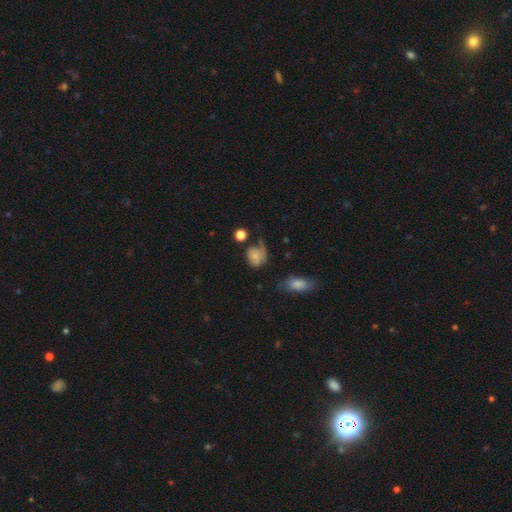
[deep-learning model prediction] This is likely a smooth galaxy (67%). How rounded: possibly round (57%). Merging: marginally none (35%).